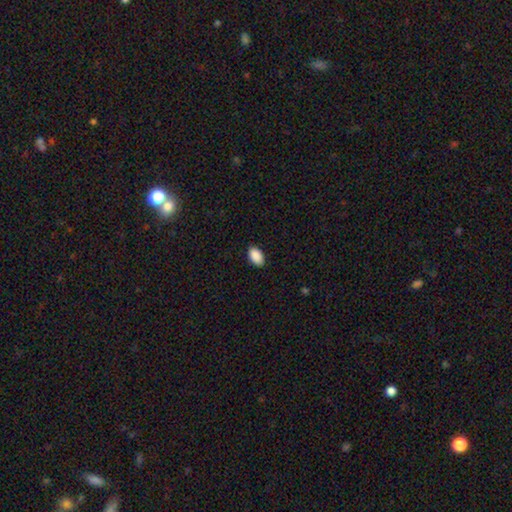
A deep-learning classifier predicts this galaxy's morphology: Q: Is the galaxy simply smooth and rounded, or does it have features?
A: smooth — 91%.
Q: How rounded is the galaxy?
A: in between — 94%.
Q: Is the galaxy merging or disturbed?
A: none — 88%.